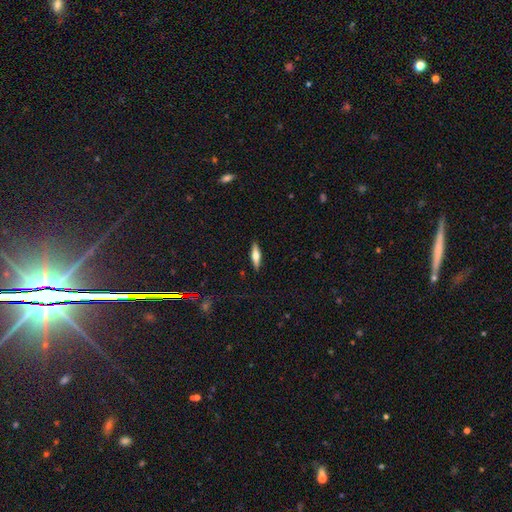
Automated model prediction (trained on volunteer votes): A smooth galaxy with no disk features (52%) that is cigar-shaped (66%).

Vote fractions:
- Smooth or featured? smooth: 52% / featured or disk: 42% / star or artifact: 6%
- How rounded? cigar-shaped: 66% / in between: 31% / round: 2%
- Merging? none: 89% / minor disturbance: 8% / major disturbance: 2% / merger: 1%